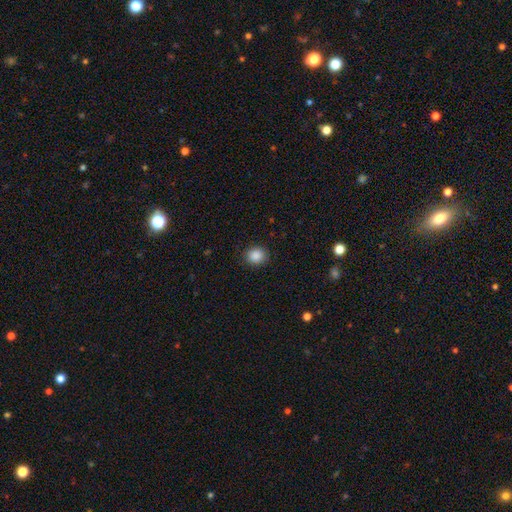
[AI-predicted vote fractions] A smooth galaxy with no disk features (88%) that is round (79%).

Vote fractions:
- Smooth or featured? smooth: 88% / star or artifact: 9% / featured or disk: 3%
- How rounded? round: 79% / in between: 20% / cigar-shaped: 1%
- Merging? none: 89% / minor disturbance: 7% / major disturbance: 2% / merger: 1%